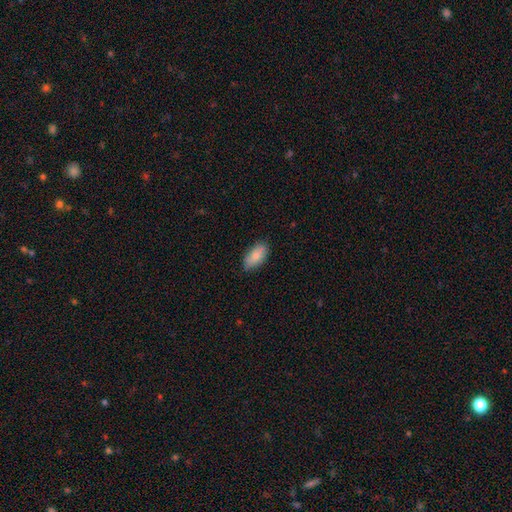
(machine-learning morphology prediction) smooth_or_featured: smooth (p=0.83) [alt: featured or disk p=0.11]
how_rounded: in between (p=0.92) [alt: cigar-shaped p=0.05]
merging: none (p=0.80) [alt: minor disturbance p=0.16]